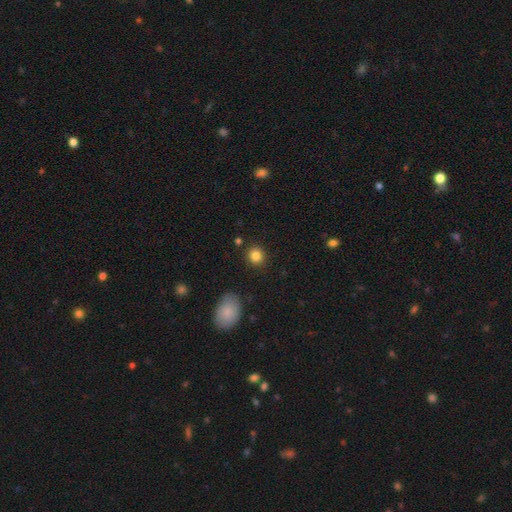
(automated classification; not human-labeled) smooth 84%, star or artifact 11%, featured or disk 5%. Down the decision tree: how rounded — round (82%); merging — none (88%).